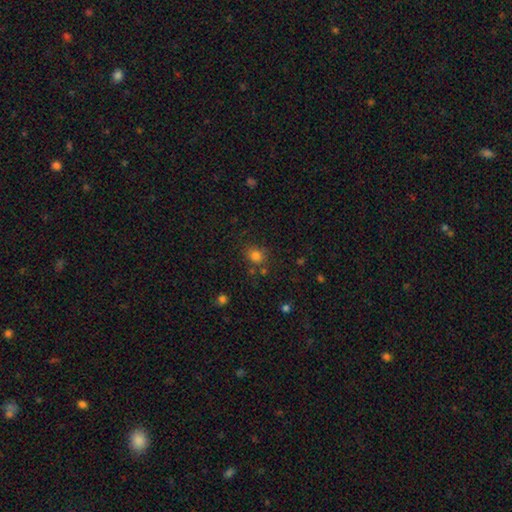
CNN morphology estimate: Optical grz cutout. It shows a smooth galaxy with no disk features (79%) that is round (75%). Merging: none (74%).